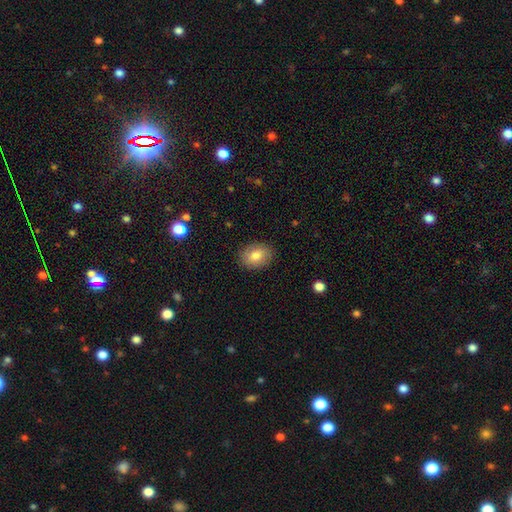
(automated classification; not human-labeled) Smooth or featured? smooth (81%)
How rounded? in between (67%)
Merging? none (88%)